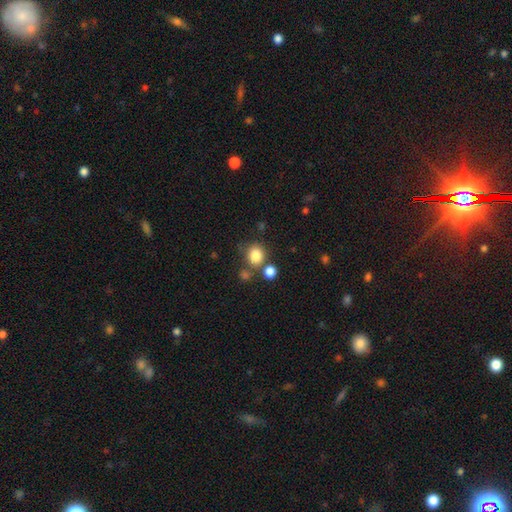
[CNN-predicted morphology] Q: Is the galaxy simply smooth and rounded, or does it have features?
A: smooth — 82%.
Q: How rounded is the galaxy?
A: round — 76%.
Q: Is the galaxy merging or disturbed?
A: none — 68%.